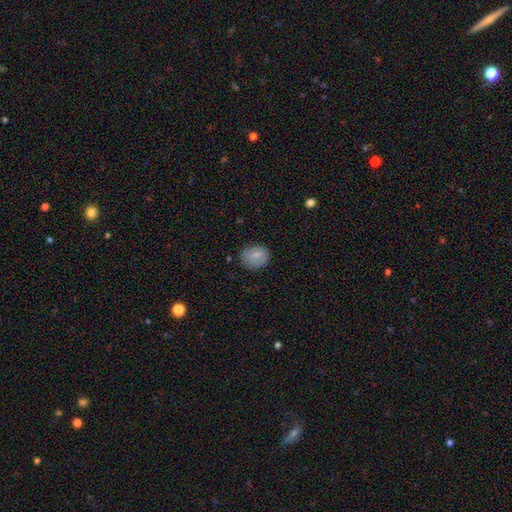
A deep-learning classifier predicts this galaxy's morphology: This is likely a smooth galaxy (76%). How rounded: likely round (71%). Merging: likely none (74%).